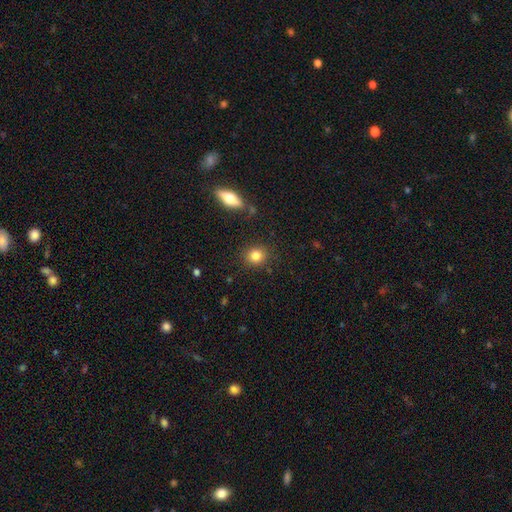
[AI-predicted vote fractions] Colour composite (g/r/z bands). It shows a smooth galaxy with no disk features (83%) that is round (81%). Merging: none (86%).